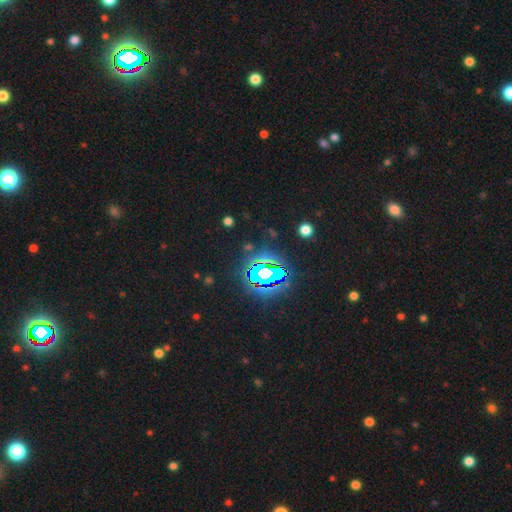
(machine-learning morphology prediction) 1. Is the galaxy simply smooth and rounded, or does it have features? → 84% star or artifact, 10% smooth, 7% featured or disk.